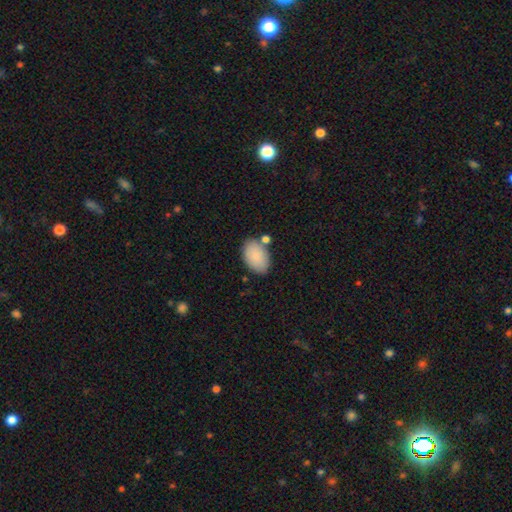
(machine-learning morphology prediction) A smooth galaxy with no disk features (88%) that is in between round and cigar-shaped (93%). Merging: none (73%).